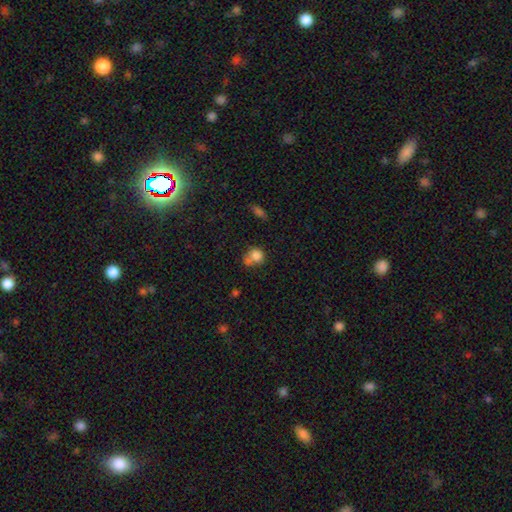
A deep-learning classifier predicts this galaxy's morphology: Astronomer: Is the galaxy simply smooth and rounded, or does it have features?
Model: smooth — 79%.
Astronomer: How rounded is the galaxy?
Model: round — 73%.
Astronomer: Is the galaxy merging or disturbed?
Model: none — 38%, tied with merger at 38%.